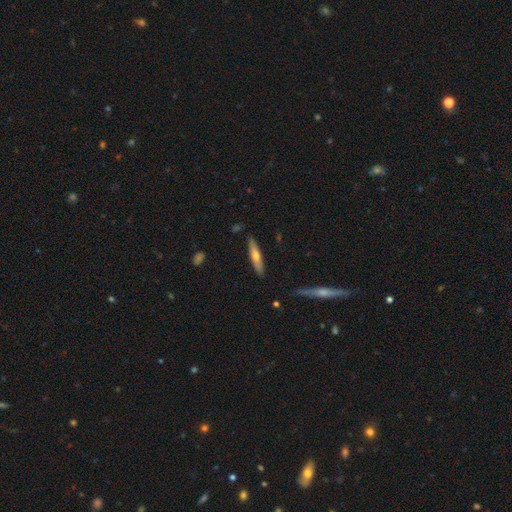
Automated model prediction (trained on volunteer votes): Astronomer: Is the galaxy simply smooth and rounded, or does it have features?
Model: smooth — 56% (runner-up: featured or disk, 38%).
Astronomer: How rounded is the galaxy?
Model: cigar-shaped — 86%.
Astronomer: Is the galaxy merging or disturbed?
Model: none — 87%.